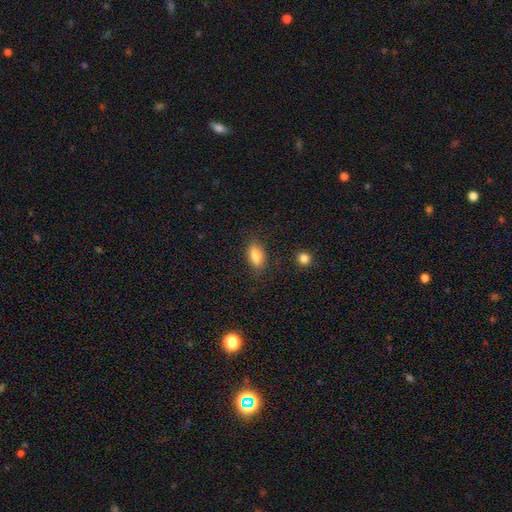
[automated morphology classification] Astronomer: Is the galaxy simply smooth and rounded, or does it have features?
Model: smooth — 82%.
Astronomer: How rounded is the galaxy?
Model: in between — 83%.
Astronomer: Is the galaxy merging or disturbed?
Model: none — 80%.